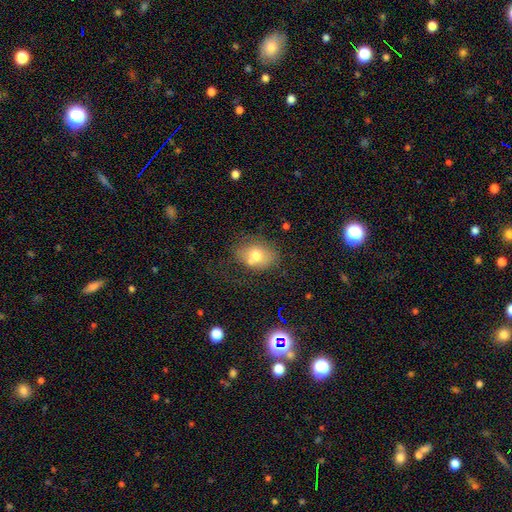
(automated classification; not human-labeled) A smooth galaxy with no disk features (67%) that is in between round and cigar-shaped (63%).

Vote fractions:
- Smooth or featured? smooth: 67% / featured or disk: 22% / star or artifact: 11%
- How rounded? in between: 63% / round: 35% / cigar-shaped: 1%
- Merging? none: 50% / minor disturbance: 24% / merger: 14% / major disturbance: 12%